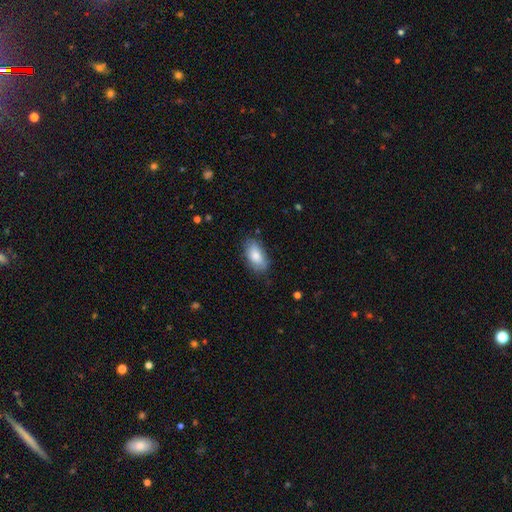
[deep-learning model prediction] This appears to be a smooth galaxy with no disk features (83%) that is in between round and cigar-shaped (93%). Merging: none (75%).